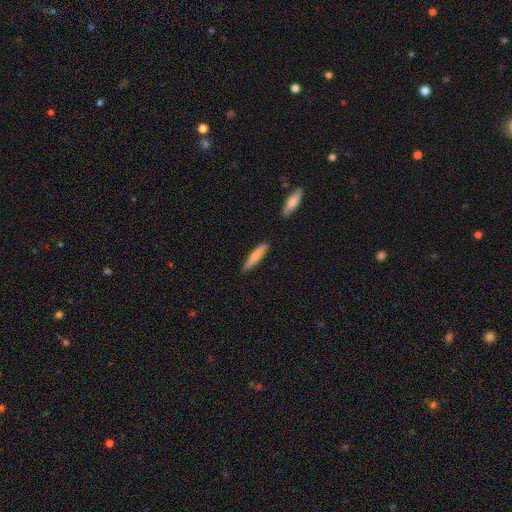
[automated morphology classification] This is likely a smooth galaxy (71%). How rounded: clearly cigar-shaped (87%). Merging: clearly none (85%).